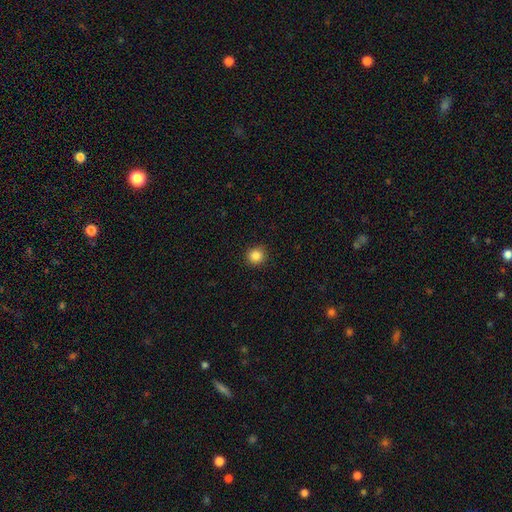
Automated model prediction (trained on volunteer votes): The model was most divided on "smooth or featured": smooth: 86%, star or artifact: 10%, featured or disk: 3%. More confident: how rounded — round (93%); merging — none (92%).